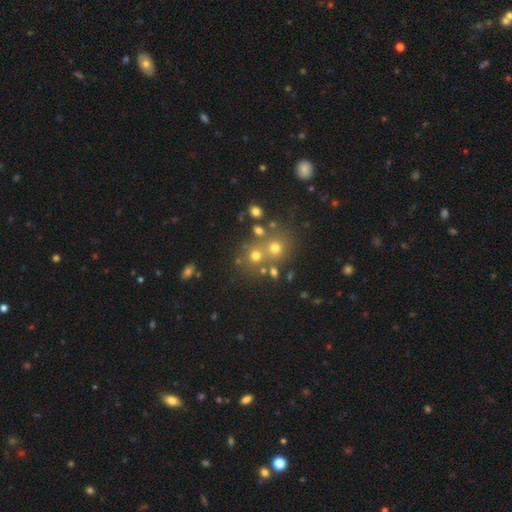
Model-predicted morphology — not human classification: type=smooth (61%); roundness=round (83%); merging=none (55%).